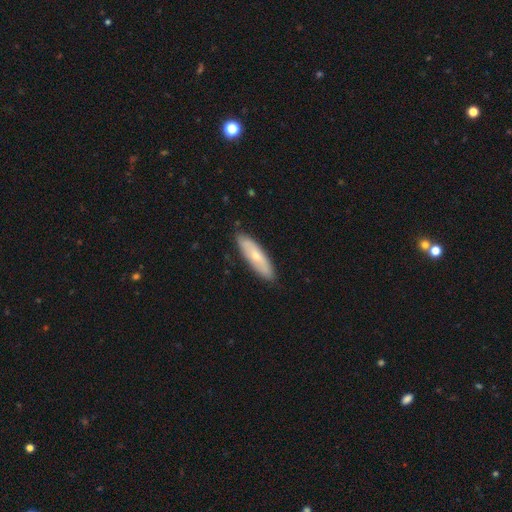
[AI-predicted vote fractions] Morphology: type=smooth (57%); roundness=cigar-shaped (59%); merging=none (87%).